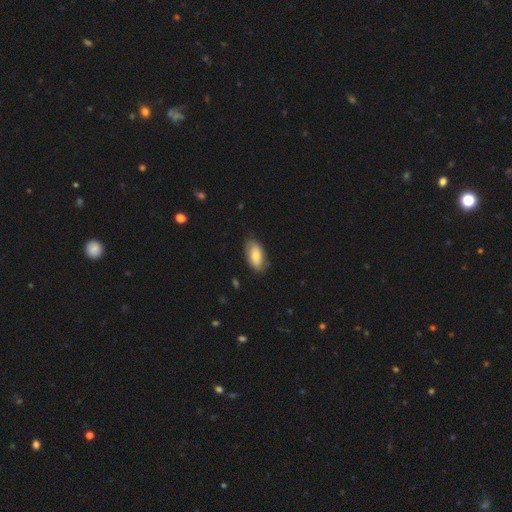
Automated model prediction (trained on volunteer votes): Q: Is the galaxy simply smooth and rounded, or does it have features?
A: smooth — 76%.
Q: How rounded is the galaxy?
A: in between — 93%.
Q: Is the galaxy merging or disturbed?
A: none — 79%.